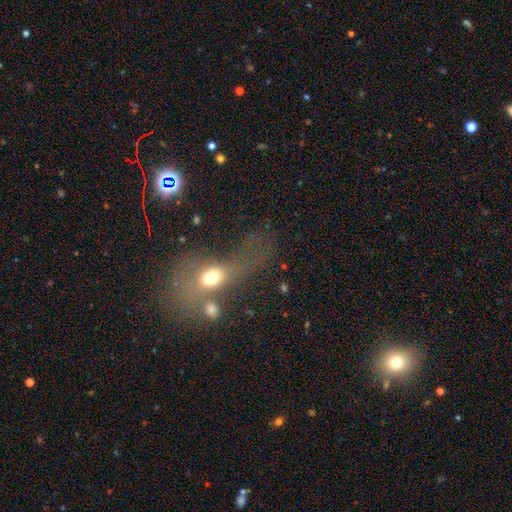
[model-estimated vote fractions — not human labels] This appears to be a smooth galaxy with no disk features (46%). Merging: merger (36%).